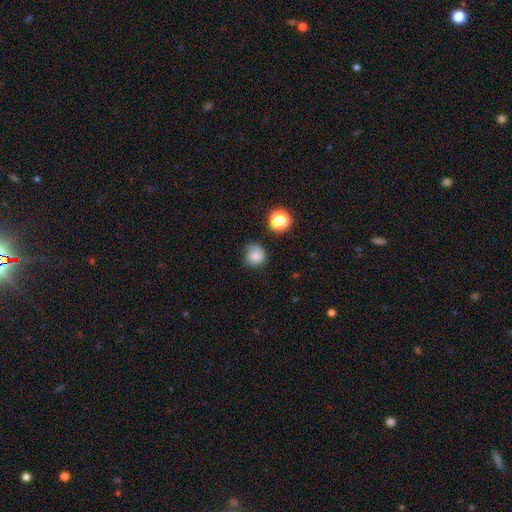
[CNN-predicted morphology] A smooth galaxy with no disk features (64%) that is round (81%). Merging: none (58%).